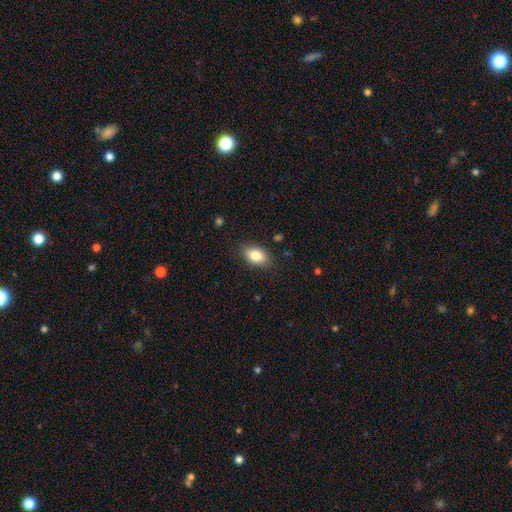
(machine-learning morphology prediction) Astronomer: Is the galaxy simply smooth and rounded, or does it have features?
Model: smooth — 83%.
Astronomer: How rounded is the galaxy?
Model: in between — 89%.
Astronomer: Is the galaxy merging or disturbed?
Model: none — 85%.